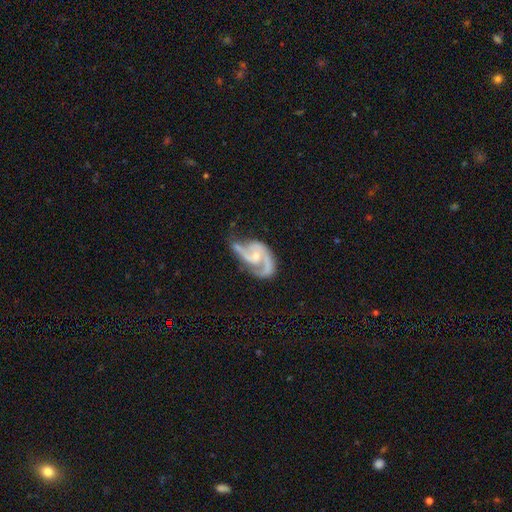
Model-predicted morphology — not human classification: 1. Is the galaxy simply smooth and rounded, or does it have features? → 88% featured or disk, 7% smooth, 5% star or artifact.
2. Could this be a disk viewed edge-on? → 98% no, 2% yes.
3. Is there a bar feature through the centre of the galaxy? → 53% no, 38% weak, 10% strong.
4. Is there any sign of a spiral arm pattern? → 96% yes, 4% no.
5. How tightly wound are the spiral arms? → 52% medium, 30% loose, 18% tight.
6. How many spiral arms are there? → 82% 2, 6% 3, 5% 1, 4% can't tell, 1% 4, 1% more than 4.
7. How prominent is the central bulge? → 52% small, 39% moderate, 6% none, 2% large, 1% dominant.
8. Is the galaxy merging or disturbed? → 39% none, 29% minor disturbance, 26% major disturbance, 6% merger.